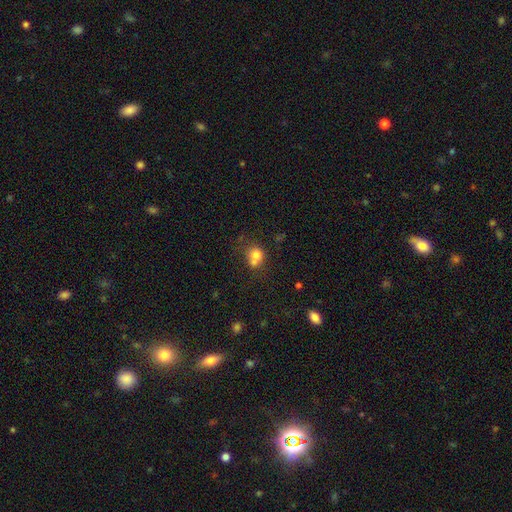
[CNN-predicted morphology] Smooth or featured: smooth — 74% (featured or disk — 14%)
How rounded: round — 76% (in between — 23%)
Merging: merger — 46% (none — 39%)